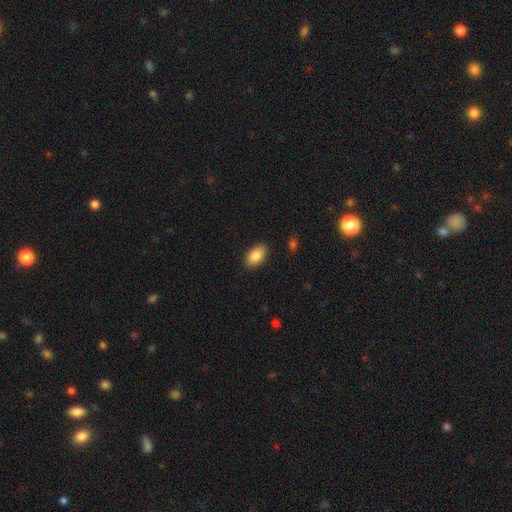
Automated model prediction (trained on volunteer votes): A smooth galaxy with no disk features (86%) that is in between round and cigar-shaped (92%). Merging: none (89%).